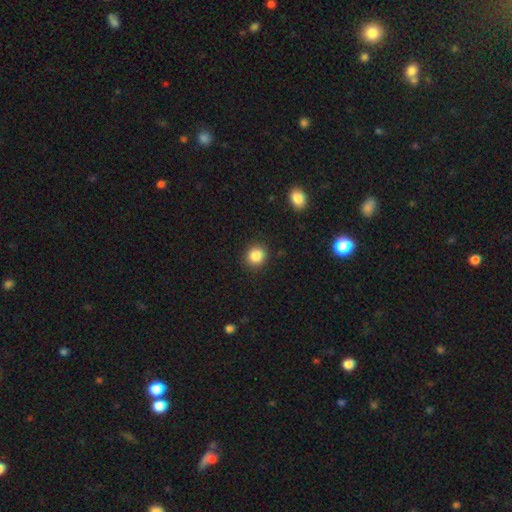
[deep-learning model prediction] smooth-or-featured: smooth: 86% | star or artifact: 10% | featured or disk: 4%
  how-rounded: round: 87% | in between: 12% | cigar-shaped: 1%
  merging: none: 90% | minor disturbance: 7% | major disturbance: 2% | merger: 1%